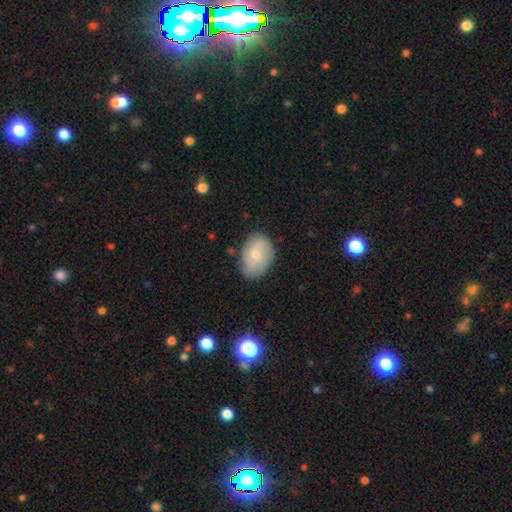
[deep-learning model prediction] Smooth or featured? smooth (59%)
How rounded? in between (77%)
Merging? none (76%)